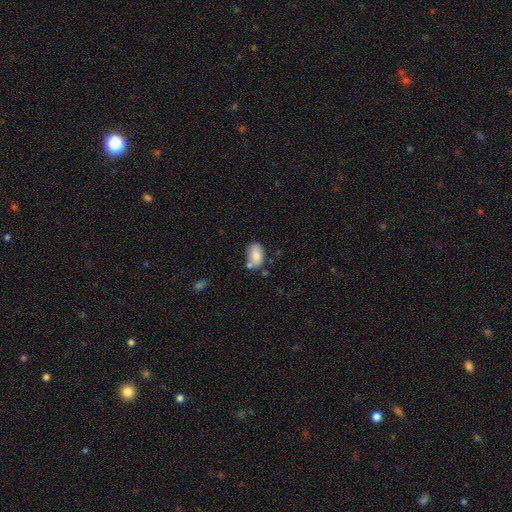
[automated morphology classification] smooth_or_featured: smooth (p=0.78) [alt: featured or disk p=0.14]
how_rounded: in between (p=0.89) [alt: round p=0.09]
merging: none (p=0.57) [alt: minor disturbance p=0.22]